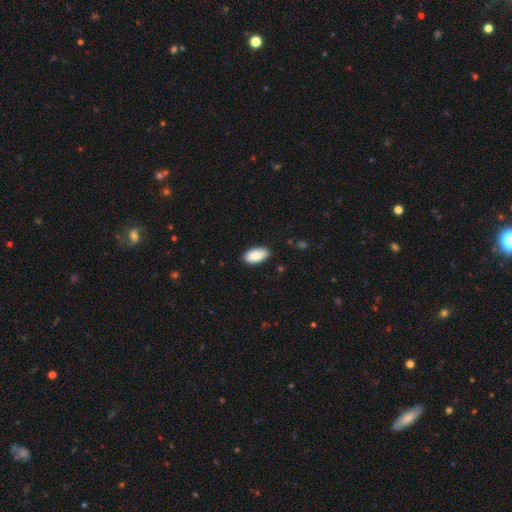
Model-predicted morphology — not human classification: This appears to be a smooth galaxy with no disk features (86%) that is in between round and cigar-shaped (95%). Merging: none (88%).